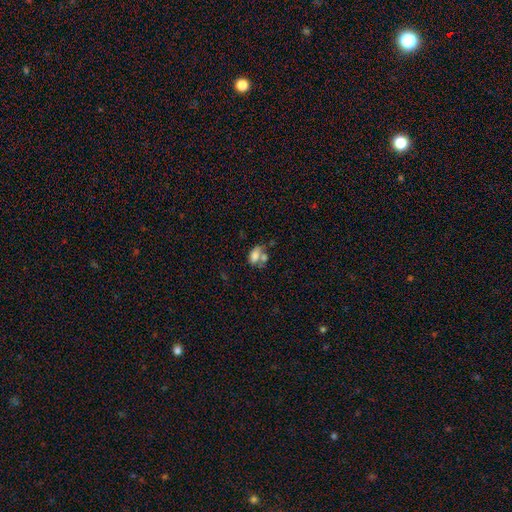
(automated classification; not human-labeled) A smooth galaxy with no disk features (70%) that is in between round and cigar-shaped (85%).

Vote fractions:
- Smooth or featured? smooth: 70% / featured or disk: 20% / star or artifact: 11%
- How rounded? in between: 85% / round: 13% / cigar-shaped: 2%
- Merging? merger: 48% / none: 24% / minor disturbance: 15% / major disturbance: 14%